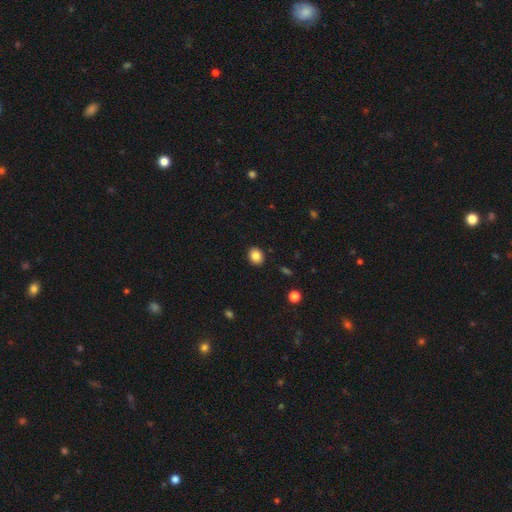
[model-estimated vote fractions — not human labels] A smooth galaxy with no disk features (85%) that is round (61%). Merging: none (91%).